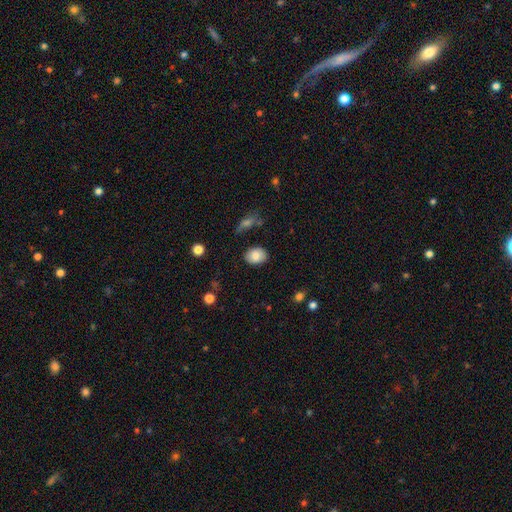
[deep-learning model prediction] smooth-or-featured: smooth: 82% | featured or disk: 10% | star or artifact: 8%
  how-rounded: in between: 63% | round: 36% | cigar-shaped: 1%
  merging: none: 81% | minor disturbance: 13% | major disturbance: 3% | merger: 3%